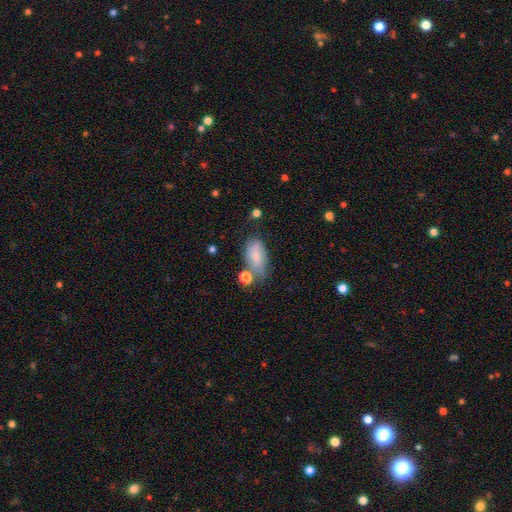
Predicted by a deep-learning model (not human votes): Q: Smooth or featured?
A: smooth (69%); runner-up: featured or disk (23%)
Q: How rounded?
A: in between (91%); runner-up: round (7%)
Q: Merging?
A: none (50%); runner-up: minor disturbance (27%)